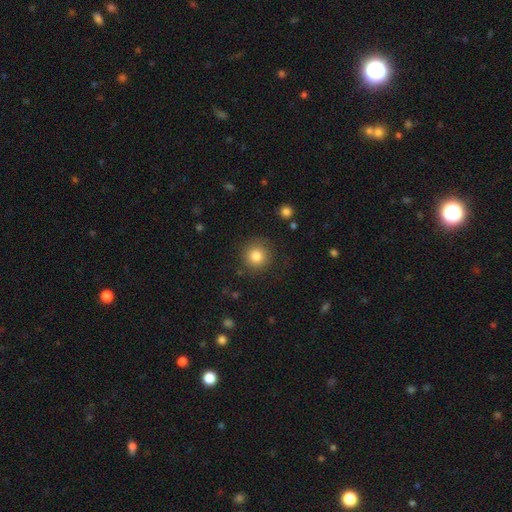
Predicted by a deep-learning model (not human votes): Q: Smooth or featured?
A: smooth (83%); runner-up: star or artifact (10%)
Q: How rounded?
A: round (93%); runner-up: in between (6%)
Q: Merging?
A: none (85%); runner-up: minor disturbance (9%)